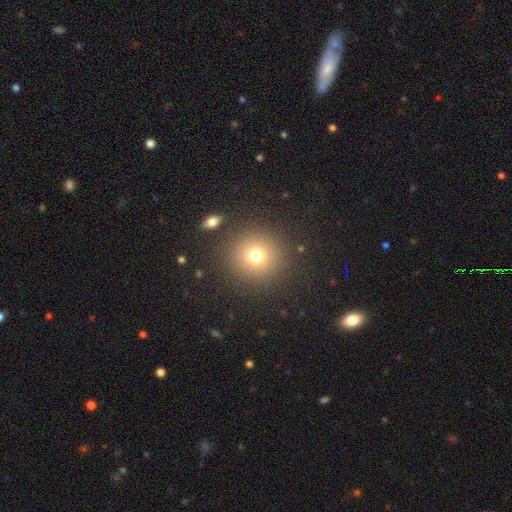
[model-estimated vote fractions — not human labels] Smooth or featured: smooth — 74% (star or artifact — 16%)
How rounded: round — 93% (in between — 6%)
Merging: none — 87% (minor disturbance — 7%)